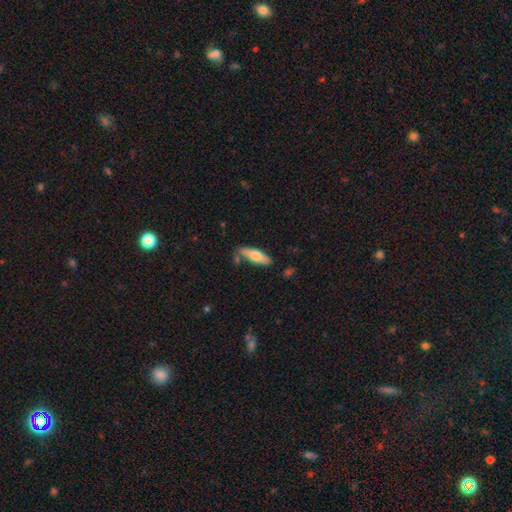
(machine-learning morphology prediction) type=smooth (69%); roundness=cigar-shaped (53%); merging=none (70%).